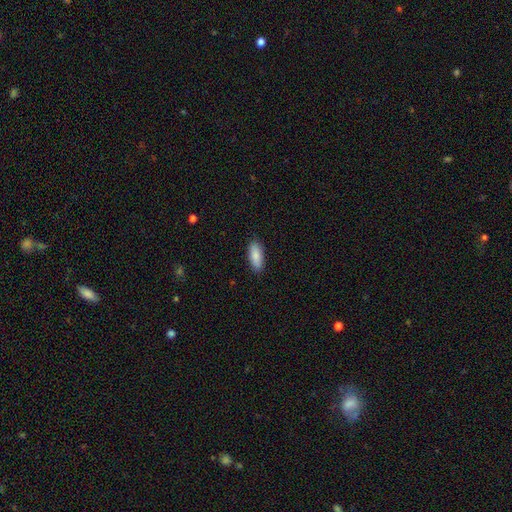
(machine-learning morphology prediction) The model was most divided on "how rounded": in between: 80%, cigar-shaped: 19%, round: 2%. More confident: merging — none (89%); smooth or featured — smooth (87%).